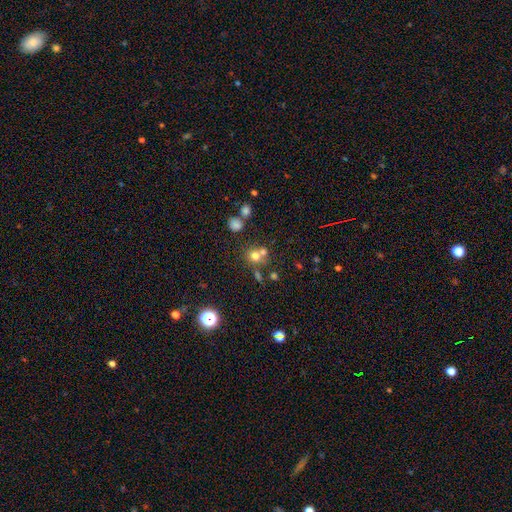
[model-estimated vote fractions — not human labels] This is possibly a star or artifact rather than a galaxy (49%).